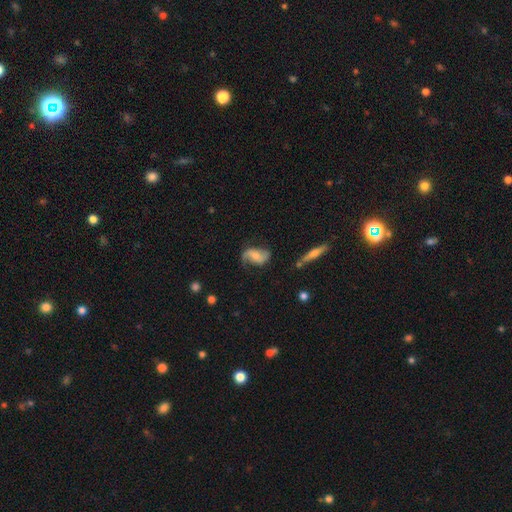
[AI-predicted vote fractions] Morphology: type=featured or disk (73%); edge-on=no (95%); bar=no (46%); spiral arms=yes (93%); winding=loose (61%); arm count=2 (88%); bulge=moderate (44%); merging=none (67%).